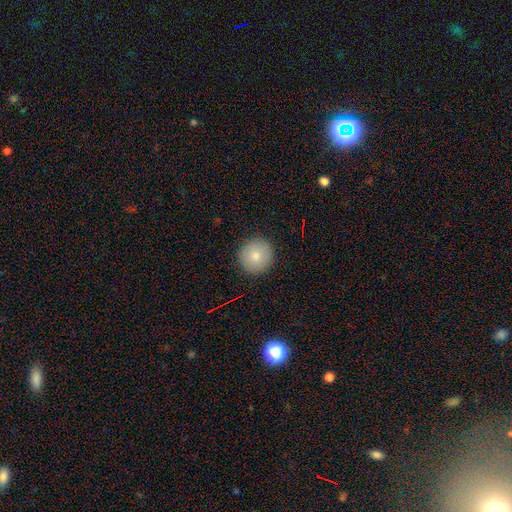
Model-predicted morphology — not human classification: This appears to be a smooth galaxy with no disk features (81%) that is round (95%). Merging: none (91%).